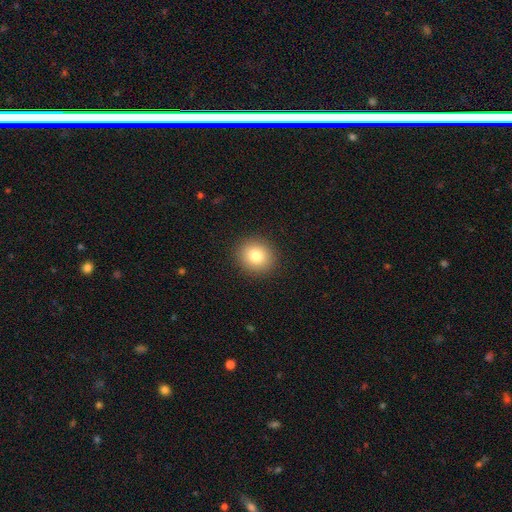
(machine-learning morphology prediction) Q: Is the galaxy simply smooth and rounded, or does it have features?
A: smooth — 82%.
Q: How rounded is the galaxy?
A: round — 83%.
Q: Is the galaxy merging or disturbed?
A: none — 91%.